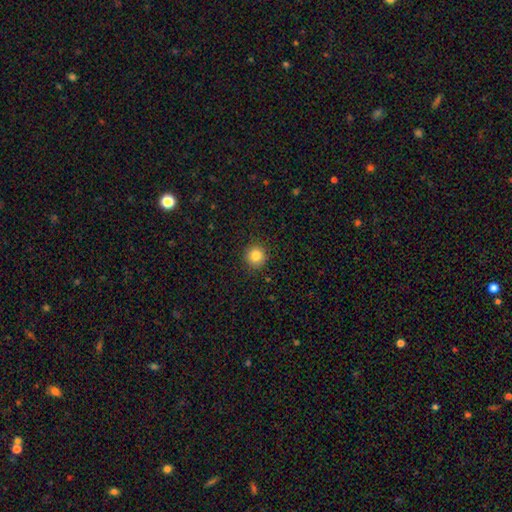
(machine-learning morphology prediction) smooth-or-featured: smooth: 84% | star or artifact: 11% | featured or disk: 5%
  how-rounded: round: 94% | in between: 5% | cigar-shaped: 1%
  merging: none: 92% | minor disturbance: 5% | major disturbance: 2% | merger: 1%